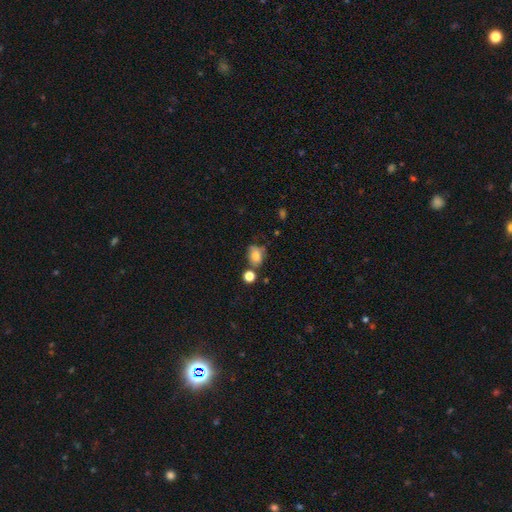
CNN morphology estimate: smooth_or_featured: smooth (p=0.71) [alt: featured or disk p=0.16]
how_rounded: in between (p=0.59) [alt: round p=0.39]
merging: none (p=0.46) [alt: minor disturbance p=0.26]